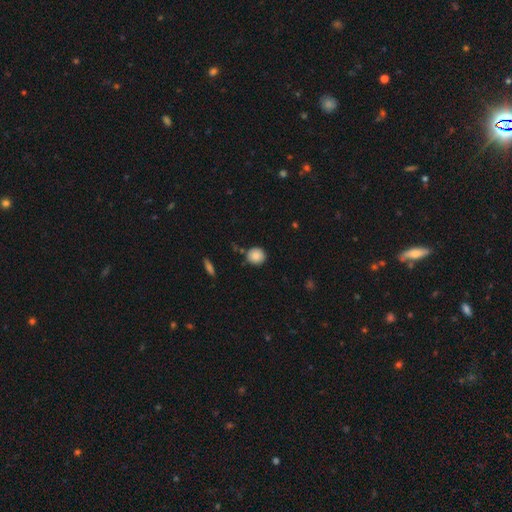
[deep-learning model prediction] Smooth or featured? smooth (87%)
How rounded? round (89%)
Merging? none (84%)